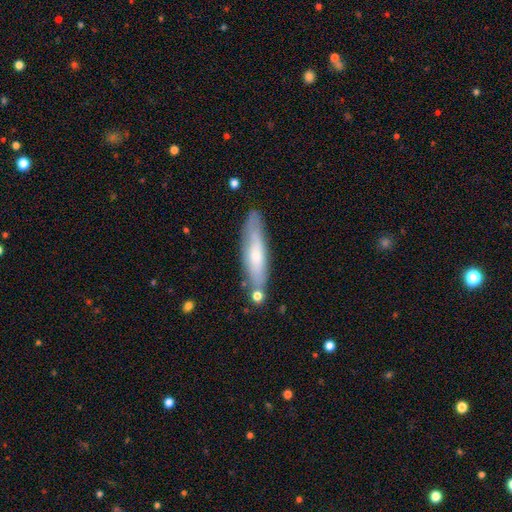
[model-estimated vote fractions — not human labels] This is possibly a smooth galaxy (54%). How rounded: likely cigar-shaped (75%). Merging: likely none (74%).